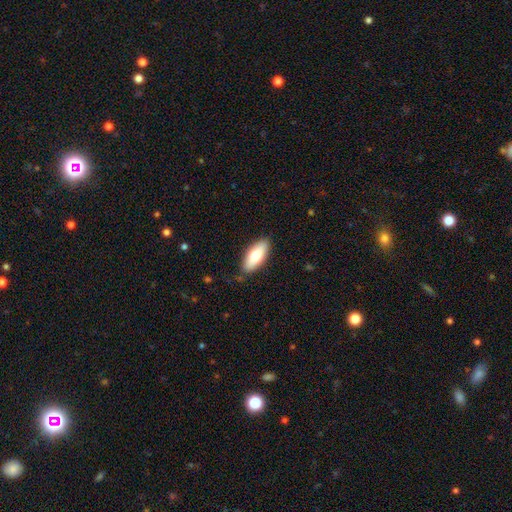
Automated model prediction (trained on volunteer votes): Overall: smooth (72%). How rounded: in between (83%). Merging: none (85%).